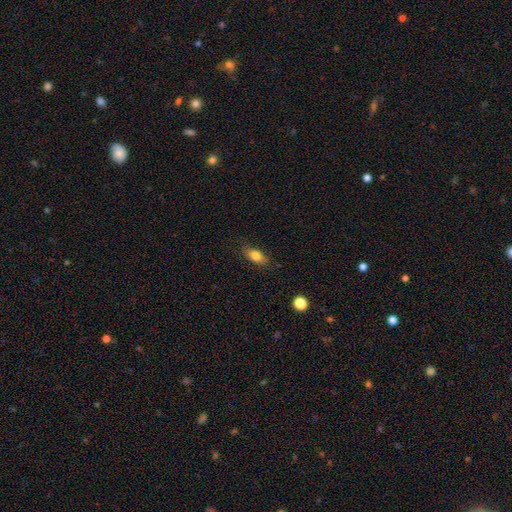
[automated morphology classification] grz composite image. It shows a smooth galaxy with no disk features (80%) that is in between round and cigar-shaped (83%). Merging: none (81%).